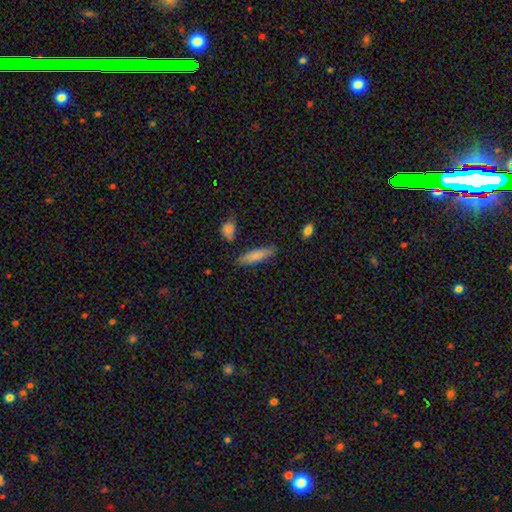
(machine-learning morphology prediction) Smooth or featured?
  - smooth: 81% *
  - featured or disk: 13%
  - star or artifact: 6%
How rounded?
  - cigar-shaped: 64% *
  - in between: 34%
  - round: 2%
Merging?
  - none: 79% *
  - minor disturbance: 14%
  - merger: 4%
  - major disturbance: 3%